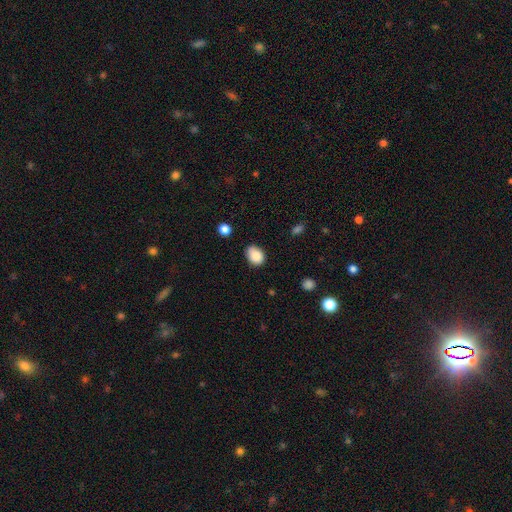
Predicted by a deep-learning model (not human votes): Smooth or featured? Predicted: smooth (p=0.88). How rounded? Predicted: in between (p=0.65). Merging? Predicted: none (p=0.72).